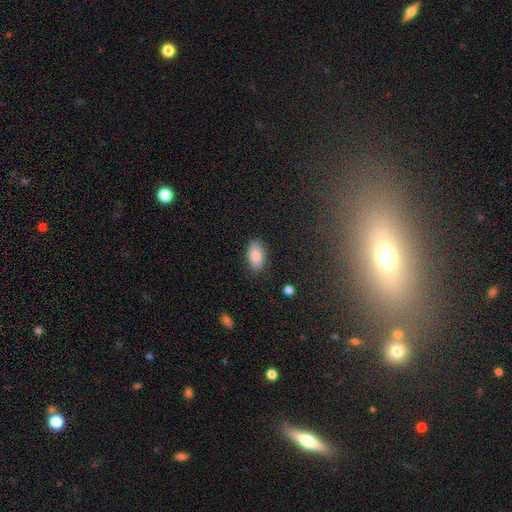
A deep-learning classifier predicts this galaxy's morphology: A smooth galaxy with no disk features (86%) that is in between round and cigar-shaped (94%).

Vote fractions:
- Smooth or featured? smooth: 86% / featured or disk: 7% / star or artifact: 7%
- How rounded? in between: 94% / round: 4% / cigar-shaped: 3%
- Merging? none: 84% / minor disturbance: 12% / major disturbance: 3% / merger: 1%